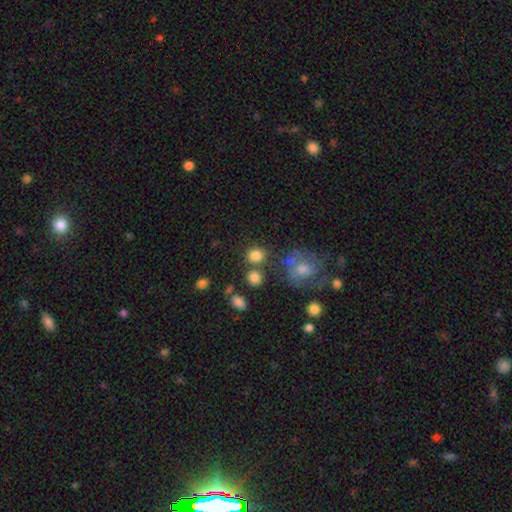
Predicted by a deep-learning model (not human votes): Smooth or featured? Predicted: smooth (p=0.81). How rounded? Predicted: round (p=0.79). Merging? Predicted: none (p=0.68).